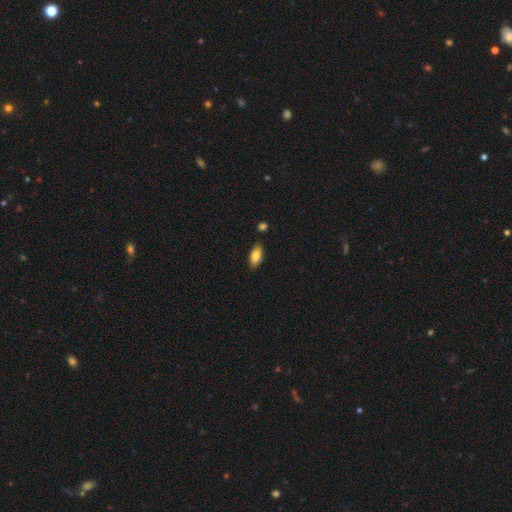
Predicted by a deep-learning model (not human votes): This is clearly a smooth galaxy (80%). How rounded: clearly in between (88%). Merging: clearly none (82%).